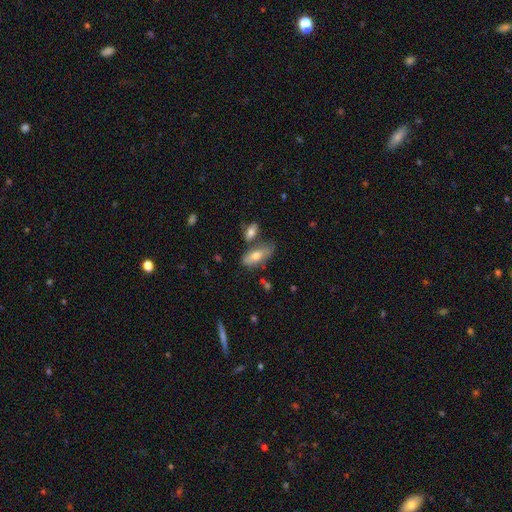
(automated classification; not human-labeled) Morphology: type=smooth (66%); roundness=in between (82%); merging=none (55%).